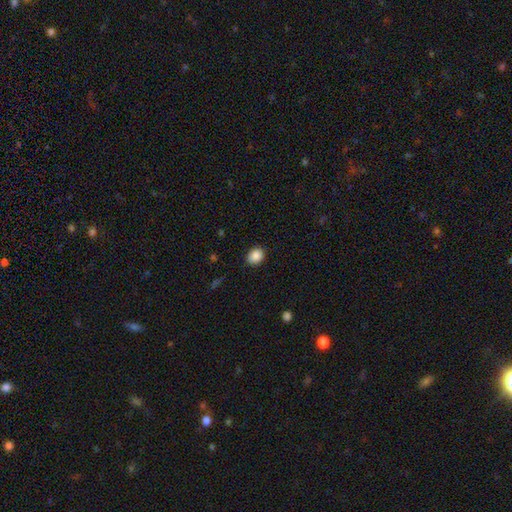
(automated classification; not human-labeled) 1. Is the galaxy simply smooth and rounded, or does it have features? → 87% smooth, 9% star or artifact, 4% featured or disk.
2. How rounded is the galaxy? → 50% round, 49% in between, 1% cigar-shaped.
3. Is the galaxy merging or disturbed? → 87% none, 10% minor disturbance, 2% major disturbance, 1% merger.